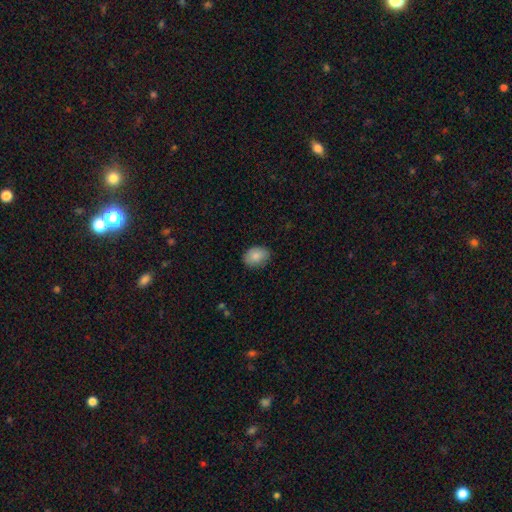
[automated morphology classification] The model was most divided on "how rounded": in between: 75%, round: 24%, cigar-shaped: 1%. More confident: smooth or featured — smooth (86%); merging — none (85%).